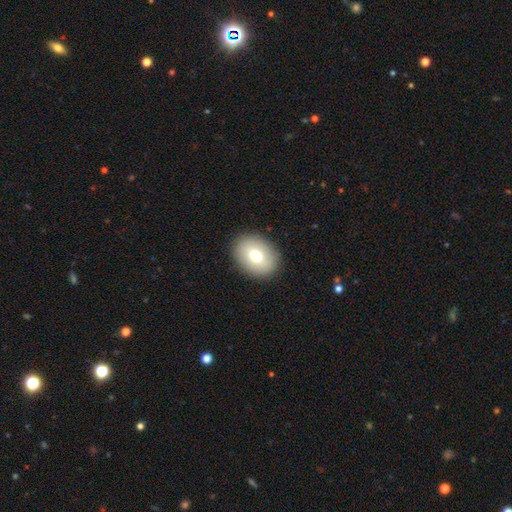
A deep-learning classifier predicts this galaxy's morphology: This appears to be a smooth galaxy with no disk features (74%) that is in between round and cigar-shaped (62%). Merging: none (90%).